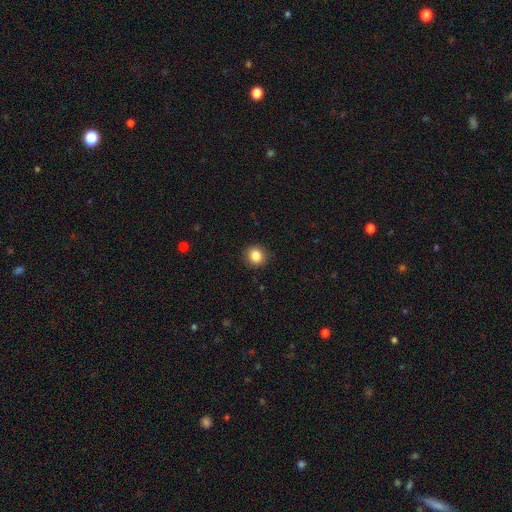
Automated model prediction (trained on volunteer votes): Morphology: type=smooth (86%); roundness=round (82%); merging=none (90%).